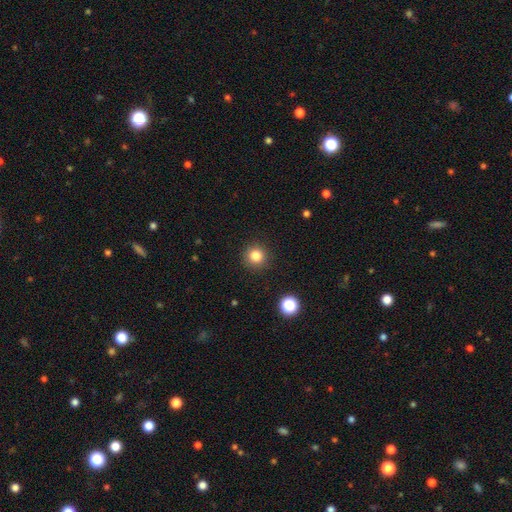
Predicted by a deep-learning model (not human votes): Morphology: type=smooth (82%); roundness=round (93%); merging=none (91%).